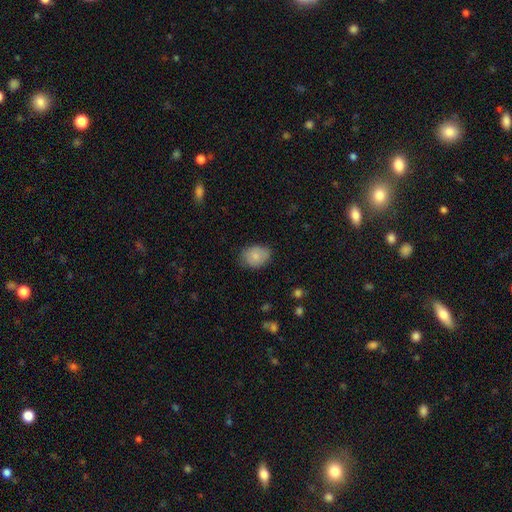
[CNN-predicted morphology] Overall: smooth (81%). How rounded: in between (67%; round 32%). Merging: none (73%).